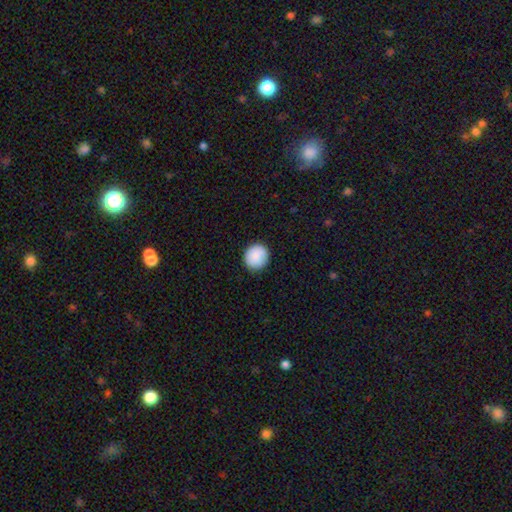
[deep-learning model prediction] Morphology: type=smooth (88%); roundness=round (90%); merging=none (89%).